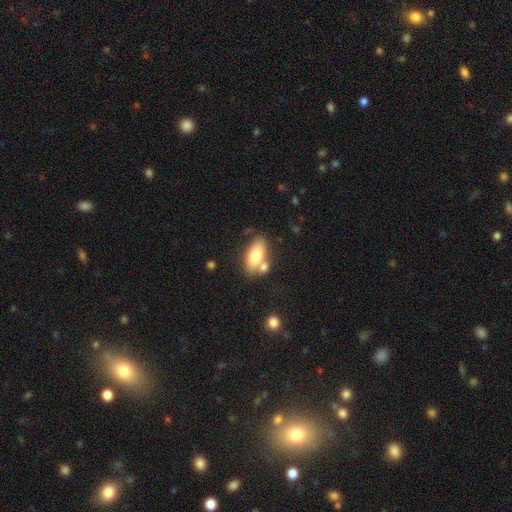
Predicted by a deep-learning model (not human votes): This is likely a smooth galaxy (72%). How rounded: clearly in between (89%). Merging: possibly none (56%).